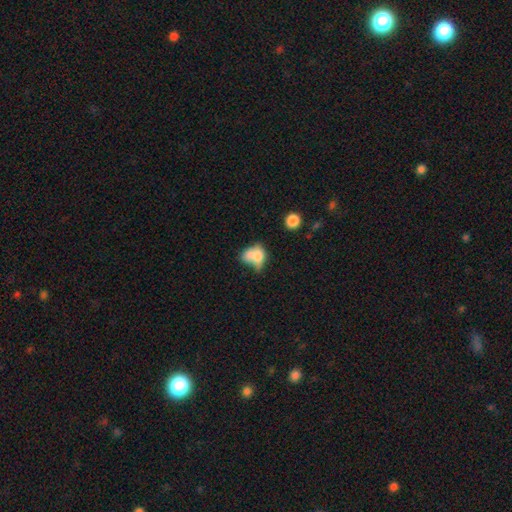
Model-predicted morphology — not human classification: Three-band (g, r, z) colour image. It shows a smooth galaxy with no disk features (68%) that is in between round and cigar-shaped (70%). Merging: merger (51%).